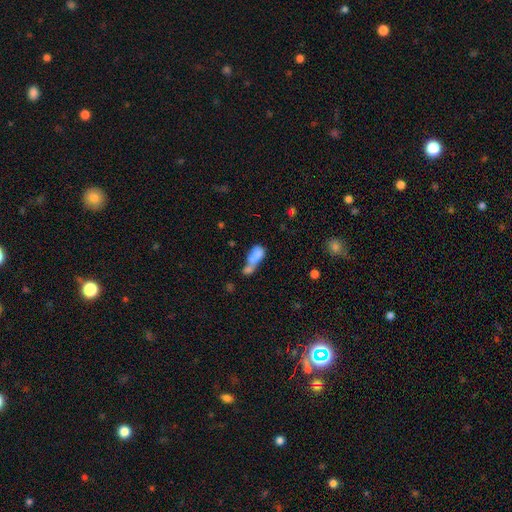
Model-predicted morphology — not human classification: This is likely a smooth galaxy (69%). How rounded: likely in between (71%). Merging: likely merger (62%).